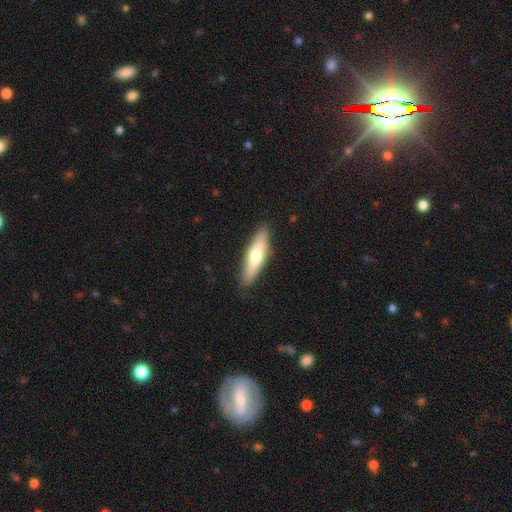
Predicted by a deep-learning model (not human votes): This is possibly a smooth galaxy (60%). How rounded: likely cigar-shaped (70%). Merging: clearly none (88%).